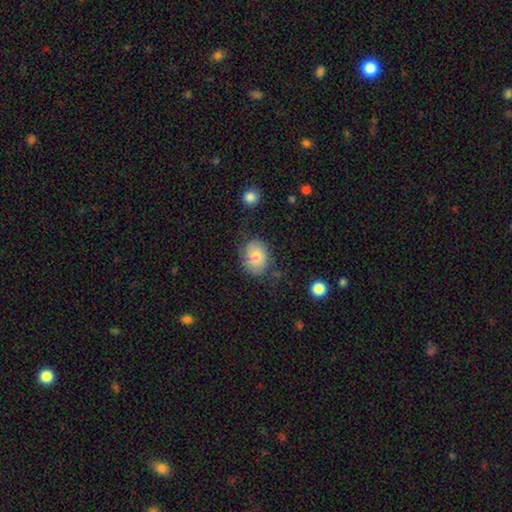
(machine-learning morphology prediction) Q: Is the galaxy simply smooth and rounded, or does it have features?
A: smooth — 77%.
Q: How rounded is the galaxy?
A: in between — 61%.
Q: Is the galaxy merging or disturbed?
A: none — 66%.